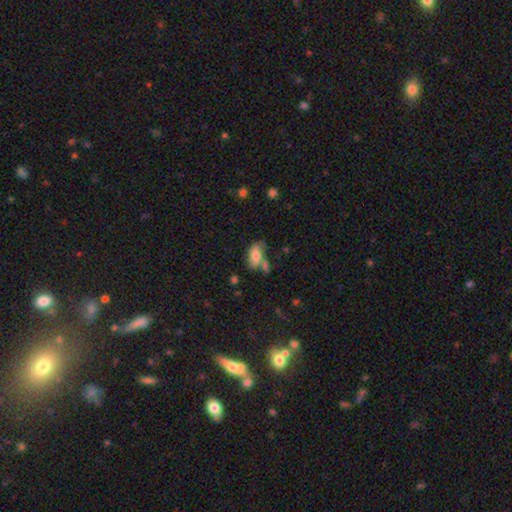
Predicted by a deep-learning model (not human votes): Smooth or featured? smooth (71%)
How rounded? in between (88%)
Merging? none (46%)